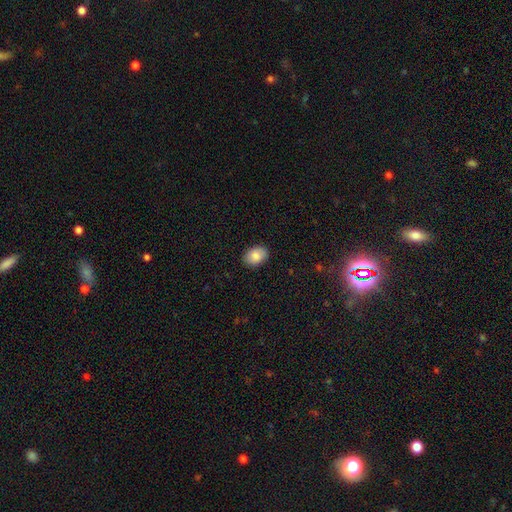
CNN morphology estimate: smooth_or_featured: smooth (p=0.86) [alt: star or artifact p=0.07]
how_rounded: in between (p=0.80) [alt: round p=0.19]
merging: none (p=0.89) [alt: minor disturbance p=0.08]